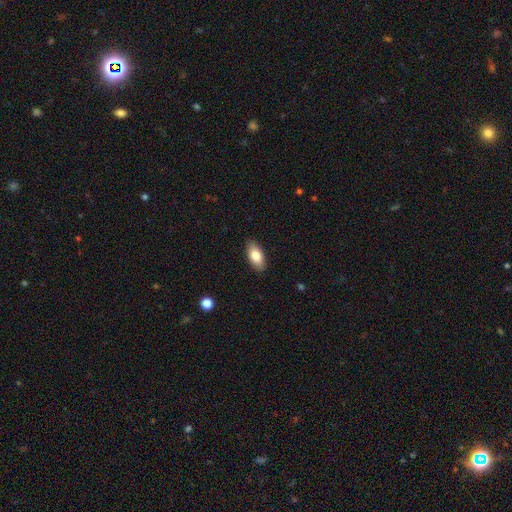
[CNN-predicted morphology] A smooth galaxy with no disk features (80%) that is in between round and cigar-shaped (90%).

Vote fractions:
- Smooth or featured? smooth: 80% / featured or disk: 13% / star or artifact: 7%
- How rounded? in between: 90% / cigar-shaped: 7% / round: 3%
- Merging? none: 89% / minor disturbance: 8% / major disturbance: 2% / merger: 1%